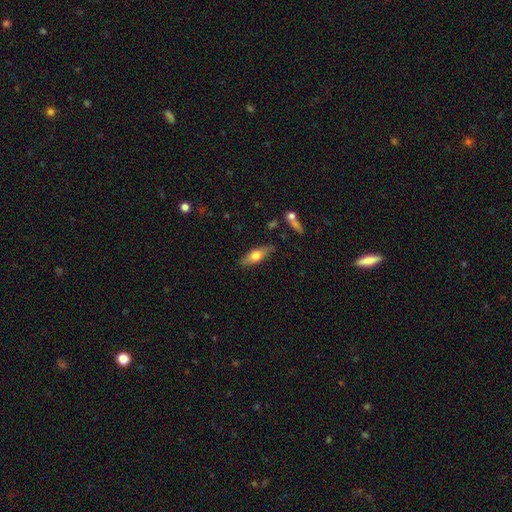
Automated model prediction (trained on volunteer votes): Morphology: type=smooth (60%); roundness=in between (58%); merging=none (83%).